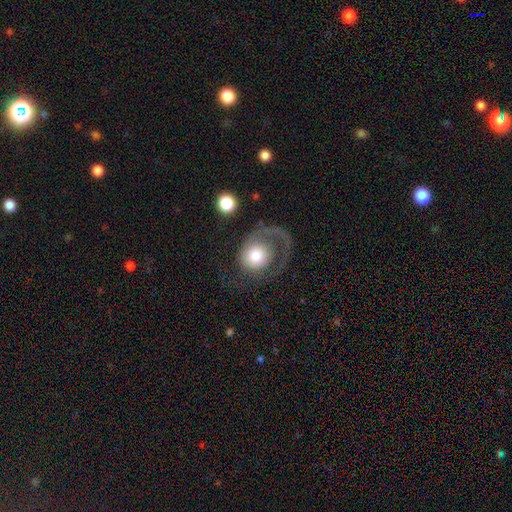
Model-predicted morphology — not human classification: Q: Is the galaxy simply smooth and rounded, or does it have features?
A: smooth — 47%, tied with featured or disk.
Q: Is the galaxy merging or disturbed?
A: major disturbance — 53%.